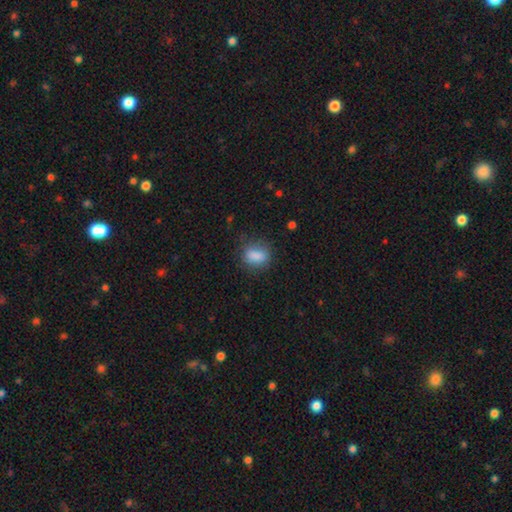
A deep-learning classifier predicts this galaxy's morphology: A smooth galaxy with no disk features (84%) that is in between round and cigar-shaped (68%). Merging: none (73%).